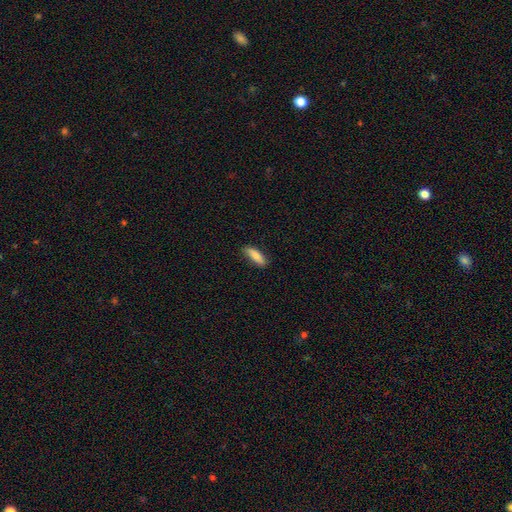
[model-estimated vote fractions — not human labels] A smooth galaxy with no disk features (82%) that is in between round and cigar-shaped (50%). Merging: none (83%).